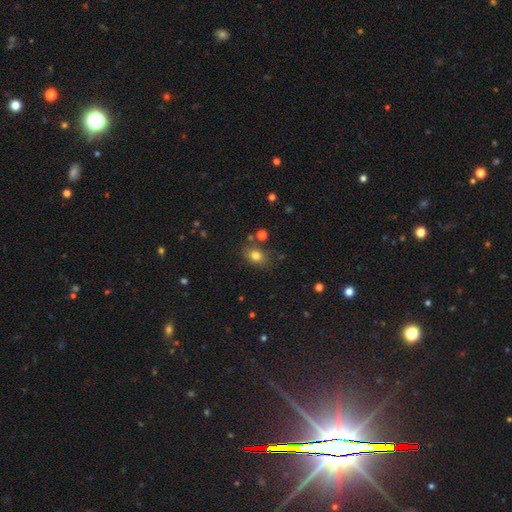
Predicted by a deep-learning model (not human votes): Morphology: type=smooth (78%); roundness=in between (66%); merging=none (75%).